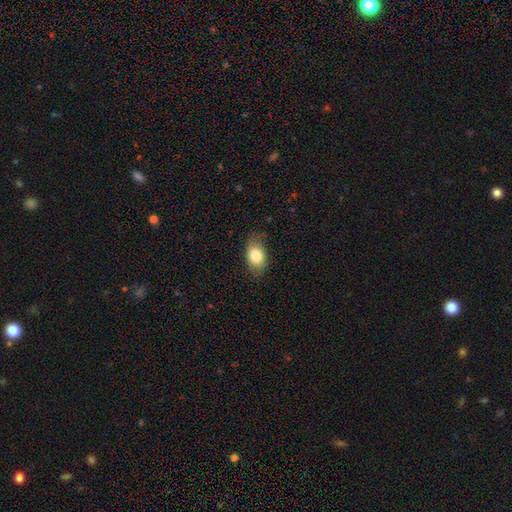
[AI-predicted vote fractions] The model was most divided on "merging": none: 74%, minor disturbance: 20%, major disturbance: 5%, merger: 1%. More confident: how rounded — in between (86%); smooth or featured — smooth (80%).